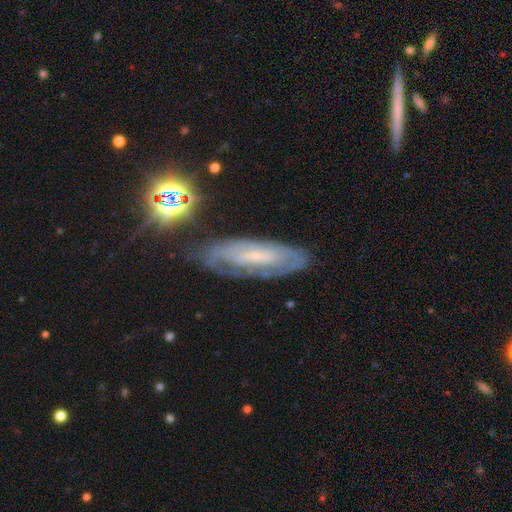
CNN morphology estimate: type=featured or disk (67%); edge-on=no (79%); bar=no (46%); spiral arms=yes (79%); bulge=small (59%); merging=none (71%).